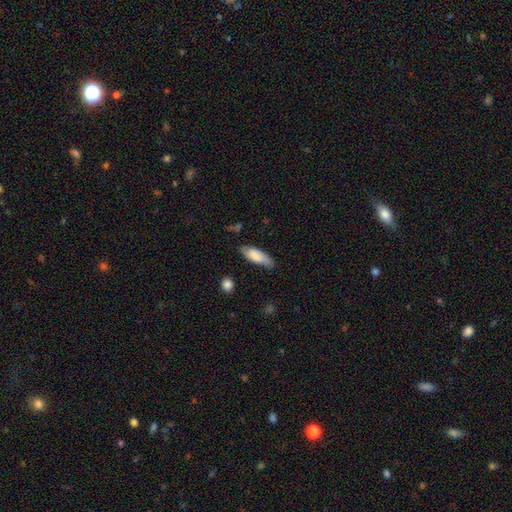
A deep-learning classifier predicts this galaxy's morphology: Smooth or featured?
  - smooth: 80% *
  - featured or disk: 14%
  - star or artifact: 6%
How rounded?
  - in between: 62% *
  - cigar-shaped: 36%
  - round: 2%
Merging?
  - none: 72% *
  - minor disturbance: 22%
  - major disturbance: 4%
  - merger: 2%